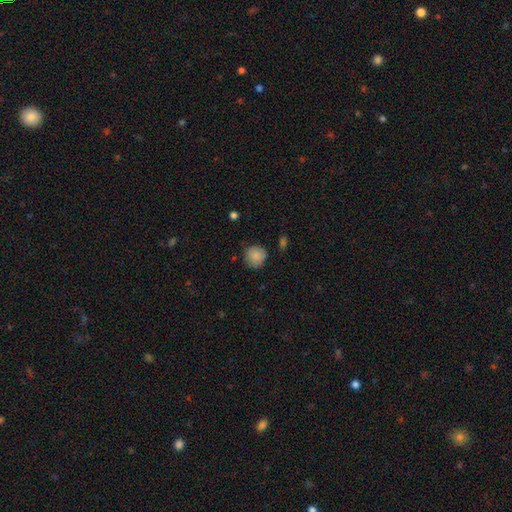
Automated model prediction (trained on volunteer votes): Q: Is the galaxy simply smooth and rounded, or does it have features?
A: smooth — 85%.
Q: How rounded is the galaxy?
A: round — 89%.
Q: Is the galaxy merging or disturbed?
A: none — 76%.